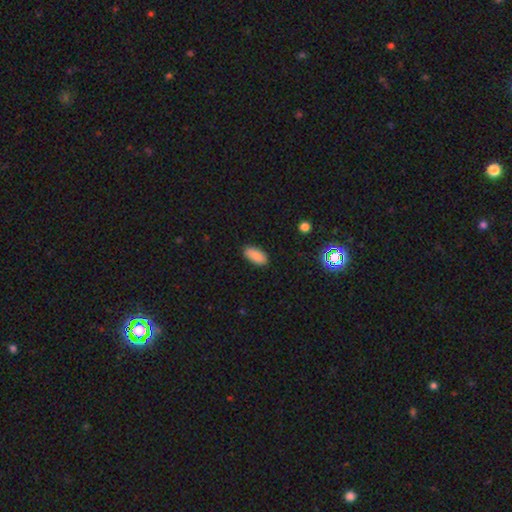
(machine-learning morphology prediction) Overall: smooth (87%). How rounded: in between (92%). Merging: none (88%).